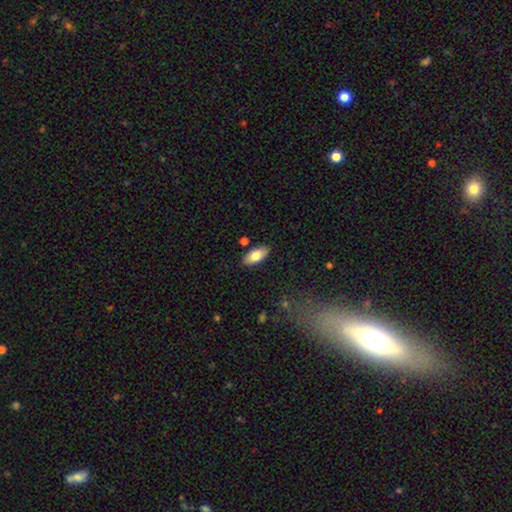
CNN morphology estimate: A smooth galaxy with no disk features (78%) that is in between round and cigar-shaped (91%). Merging: none (87%).